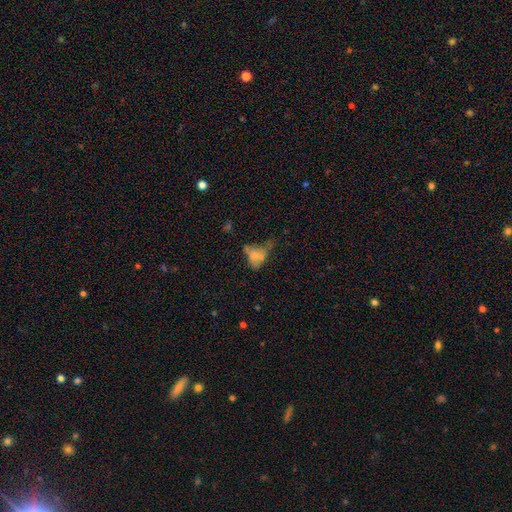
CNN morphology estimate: Smooth or featured?
  - smooth: 57% *
  - featured or disk: 27%
  - star or artifact: 16%
How rounded?
  - in between: 80% *
  - round: 16%
  - cigar-shaped: 4%
Merging?
  - major disturbance: 33% *
  - merger: 23%
  - none: 22%
  - minor disturbance: 22%